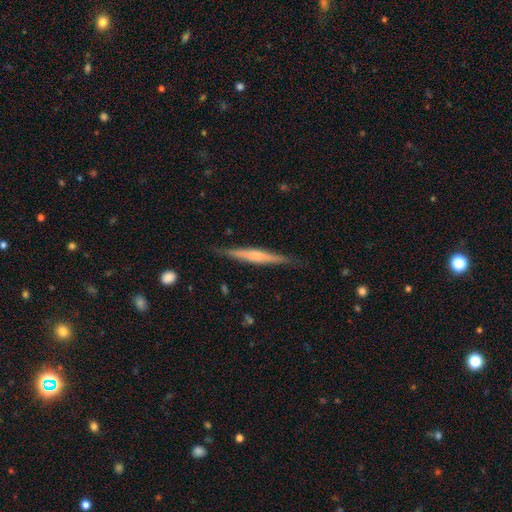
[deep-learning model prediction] Overall: featured or disk (58%; smooth 36%). Edge-on disk: yes (97%). Edge-on bulge: rounded (50%; none 32%). Merging: none (86%).